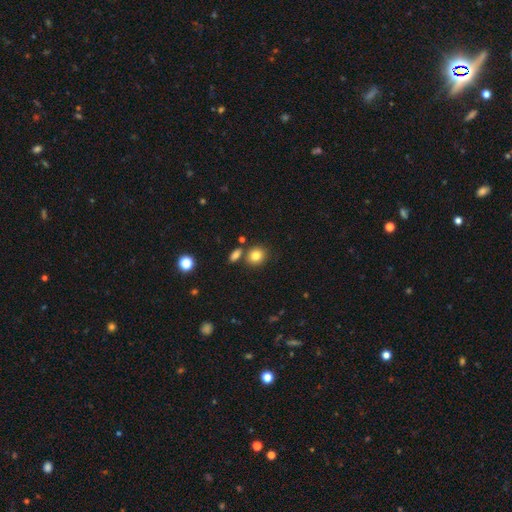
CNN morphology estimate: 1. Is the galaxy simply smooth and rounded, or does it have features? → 82% smooth, 11% star or artifact, 7% featured or disk.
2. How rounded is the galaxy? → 77% round, 22% in between, 1% cigar-shaped.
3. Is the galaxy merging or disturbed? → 74% none, 14% merger, 10% minor disturbance, 3% major disturbance.